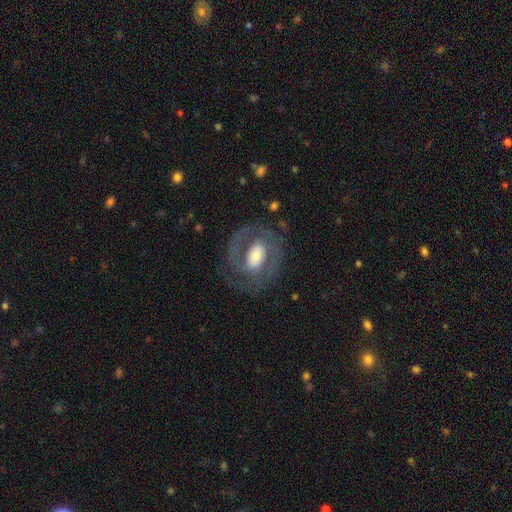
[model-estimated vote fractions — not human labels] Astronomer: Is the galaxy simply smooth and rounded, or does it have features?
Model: featured or disk — 73%.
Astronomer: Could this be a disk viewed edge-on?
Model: no — 96%.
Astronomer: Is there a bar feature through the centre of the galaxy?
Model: no — 39% (runner-up: weak, 35%).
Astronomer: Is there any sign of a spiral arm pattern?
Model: yes — 75%.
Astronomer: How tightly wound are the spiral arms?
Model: tight — 44% (runner-up: medium, 42%).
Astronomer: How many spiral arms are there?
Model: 2 — 69%.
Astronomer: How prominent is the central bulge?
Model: moderate — 45% (runner-up: small, 26%).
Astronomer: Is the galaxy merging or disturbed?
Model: none — 70%.